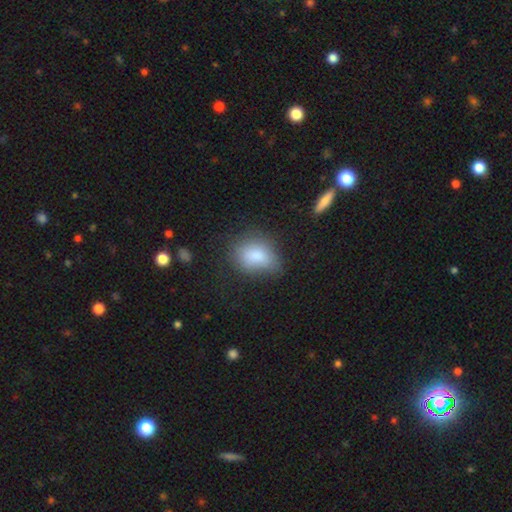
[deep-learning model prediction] Smooth or featured? smooth (82%)
How rounded? in between (69%)
Merging? none (56%)